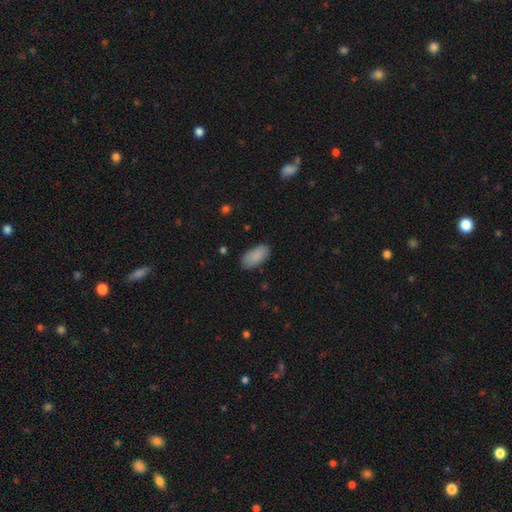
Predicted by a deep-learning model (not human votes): Q: Smooth or featured?
A: smooth (89%); runner-up: star or artifact (6%)
Q: How rounded?
A: in between (94%); runner-up: cigar-shaped (4%)
Q: Merging?
A: none (83%); runner-up: minor disturbance (13%)